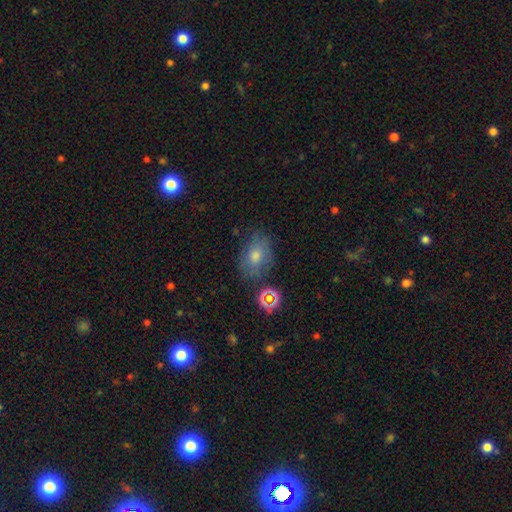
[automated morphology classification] This is likely a smooth galaxy (63%). How rounded: likely in between (72%). Merging: likely none (73%).